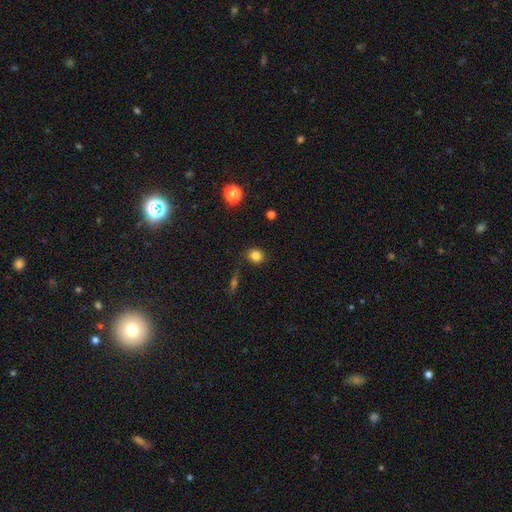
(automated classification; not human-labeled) Smooth or featured? Predicted: smooth (p=0.82). How rounded? Predicted: round (p=0.77). Merging? Predicted: none (p=0.84).